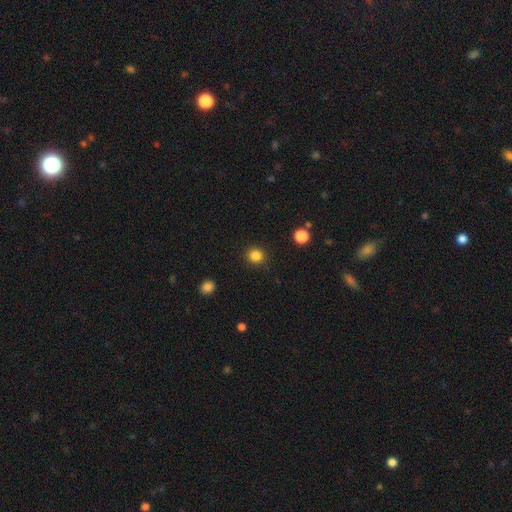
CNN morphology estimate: smooth_or_featured: smooth (p=0.85) [alt: star or artifact p=0.12]
how_rounded: round (p=0.90) [alt: in between p=0.09]
merging: none (p=0.91) [alt: minor disturbance p=0.06]